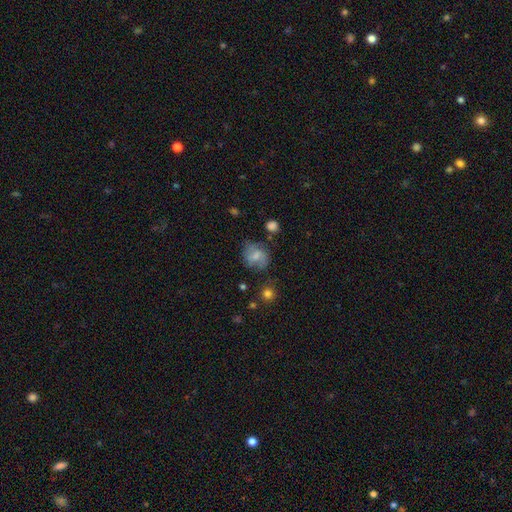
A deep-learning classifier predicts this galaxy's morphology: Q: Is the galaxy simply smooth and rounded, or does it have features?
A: smooth — 54%.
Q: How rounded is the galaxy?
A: round — 56%.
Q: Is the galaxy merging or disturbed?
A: none — 55%.